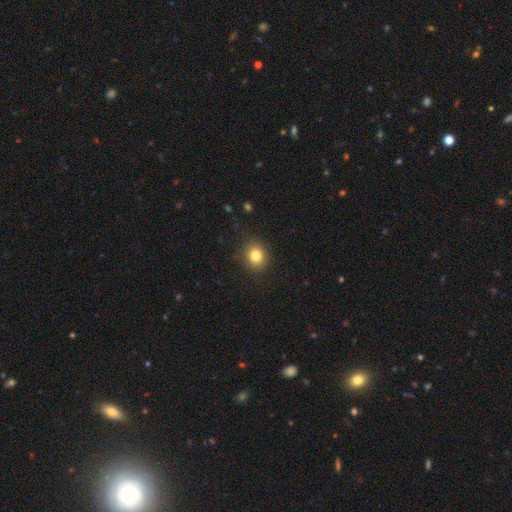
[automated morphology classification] type=smooth (82%); roundness=round (74%); merging=none (88%).